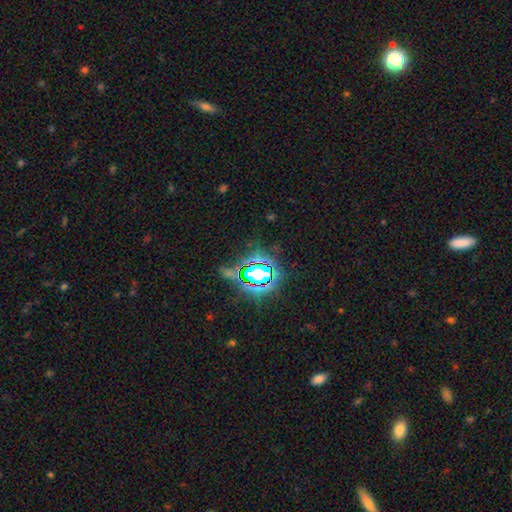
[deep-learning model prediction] Smooth or featured?
  - star or artifact: 81% *
  - smooth: 12%
  - featured or disk: 7%